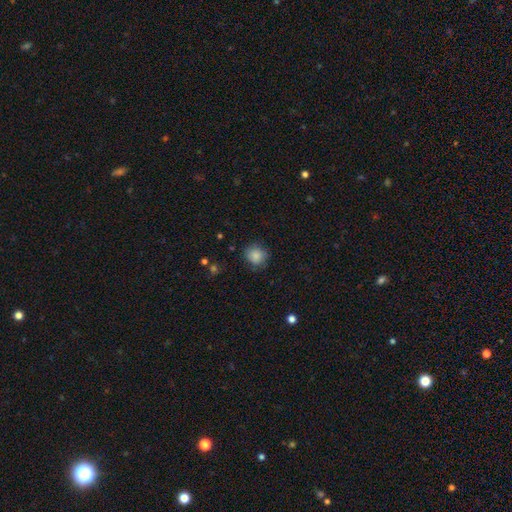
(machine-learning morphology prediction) The model was most divided on "merging": none: 81%, minor disturbance: 14%, major disturbance: 4%, merger: 1%. More confident: smooth or featured — smooth (86%); how rounded — round (85%).